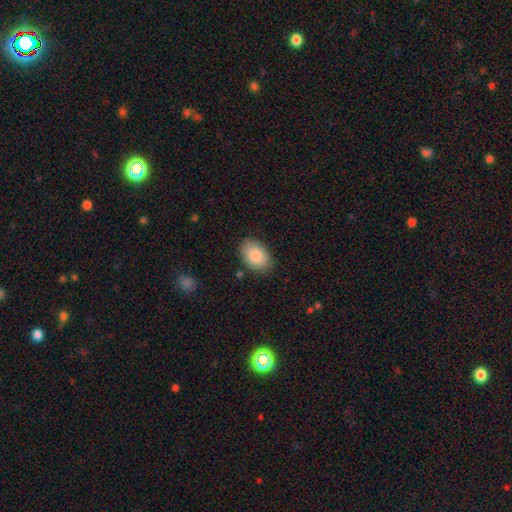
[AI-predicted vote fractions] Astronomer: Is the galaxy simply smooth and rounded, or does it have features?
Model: smooth — 87%.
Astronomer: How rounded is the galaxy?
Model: in between — 90%.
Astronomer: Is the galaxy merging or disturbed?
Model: none — 85%.